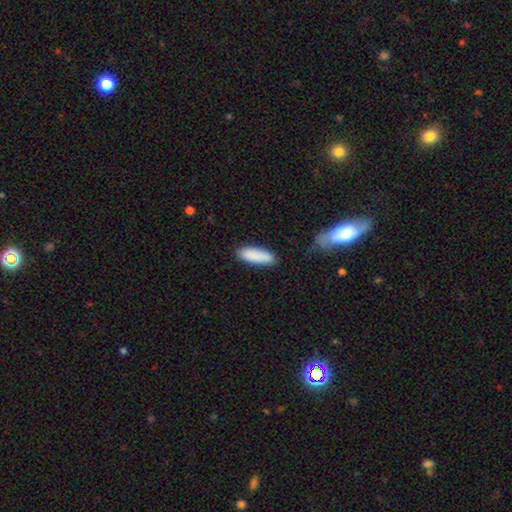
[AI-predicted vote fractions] smooth-or-featured: smooth: 88% | star or artifact: 6% | featured or disk: 5%
  how-rounded: in between: 55% | cigar-shaped: 43% | round: 2%
  merging: none: 84% | minor disturbance: 12% | major disturbance: 2% | merger: 2%